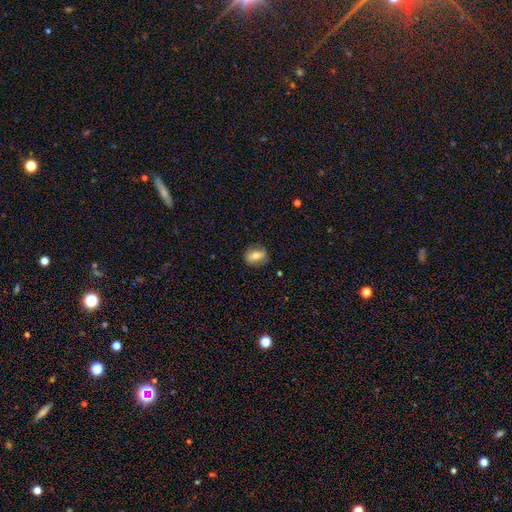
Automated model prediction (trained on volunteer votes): Smooth or featured? Predicted: smooth (p=0.63). How rounded? Predicted: in between (p=0.66). Merging? Predicted: none (p=0.78).